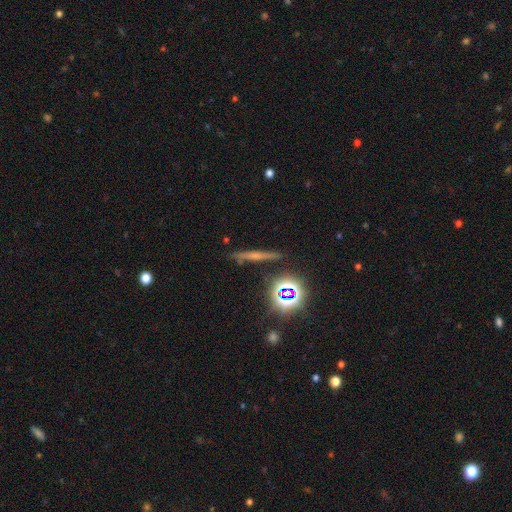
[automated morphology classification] The model was most divided on "smooth or featured": featured or disk: 41%, smooth: 35%, star or artifact: 25%. More confident: merging — none (84%).